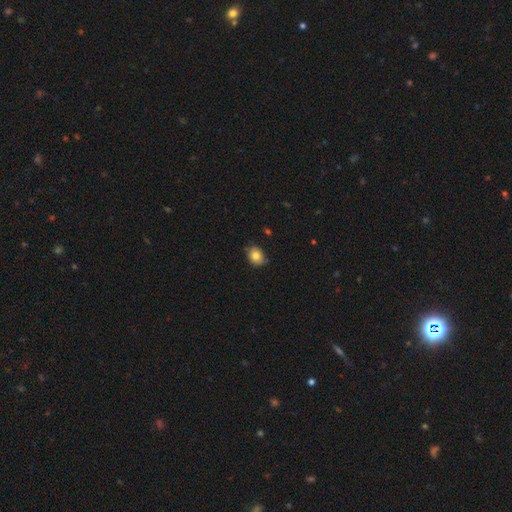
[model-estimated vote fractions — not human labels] Q: Smooth or featured?
A: smooth (81%); runner-up: featured or disk (10%)
Q: How rounded?
A: in between (55%); runner-up: round (44%)
Q: Merging?
A: none (70%); runner-up: minor disturbance (25%)